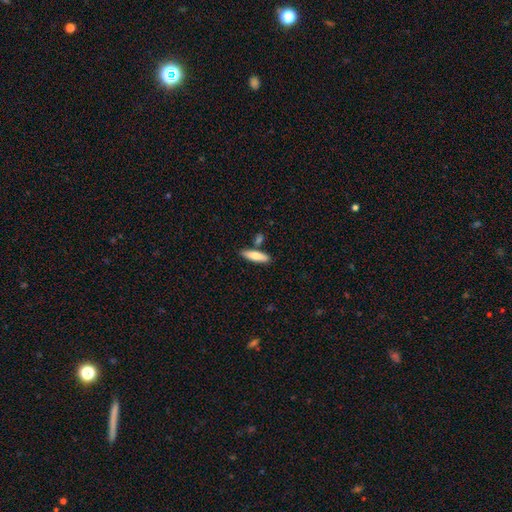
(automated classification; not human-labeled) smooth-or-featured: smooth: 77% | featured or disk: 17% | star or artifact: 6%
  how-rounded: cigar-shaped: 64% | in between: 34% | round: 2%
  merging: none: 77% | minor disturbance: 11% | merger: 9% | major disturbance: 2%